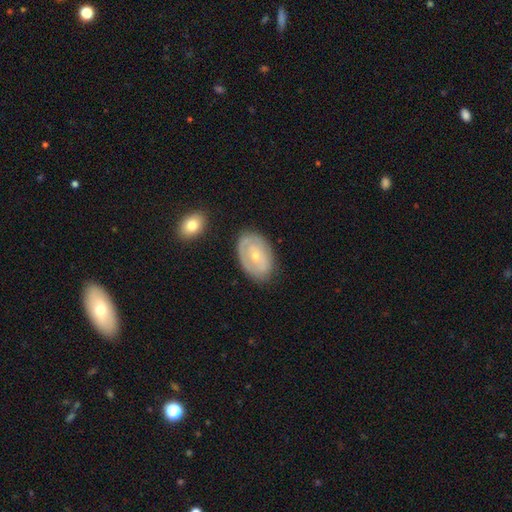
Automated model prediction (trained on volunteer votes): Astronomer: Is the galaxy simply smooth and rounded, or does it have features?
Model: featured or disk — 63%.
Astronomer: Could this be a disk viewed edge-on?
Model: no — 94%.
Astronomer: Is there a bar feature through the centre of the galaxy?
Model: no — 73%.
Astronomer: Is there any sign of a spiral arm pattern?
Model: yes — 54% (runner-up: no, 46%).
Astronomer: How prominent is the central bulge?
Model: small — 66%.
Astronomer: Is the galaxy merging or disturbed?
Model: none — 75%.